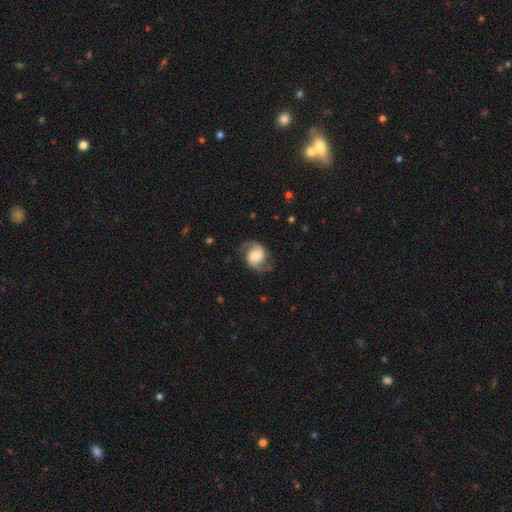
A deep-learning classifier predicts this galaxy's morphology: This appears to be a featured or disk galaxy (83%) with no bar (53%), 2 (93%) medium (49%) spiral arms (96%) and a moderate central bulge (43%). Merging: none (78%).